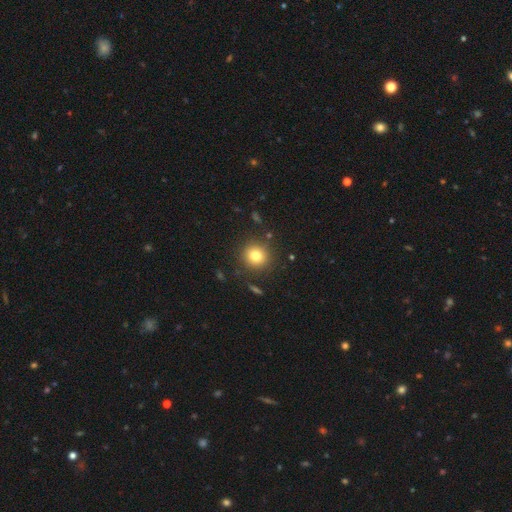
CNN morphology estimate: Smooth or featured? Predicted: smooth (p=0.79). How rounded? Predicted: round (p=0.93). Merging? Predicted: none (p=0.88).